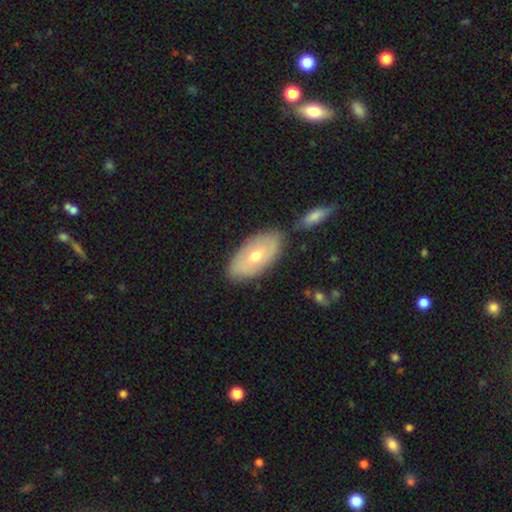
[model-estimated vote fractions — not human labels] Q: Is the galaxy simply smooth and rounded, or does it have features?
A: smooth — 57%.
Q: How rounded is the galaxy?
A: in between — 93%.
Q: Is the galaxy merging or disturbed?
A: none — 71%.